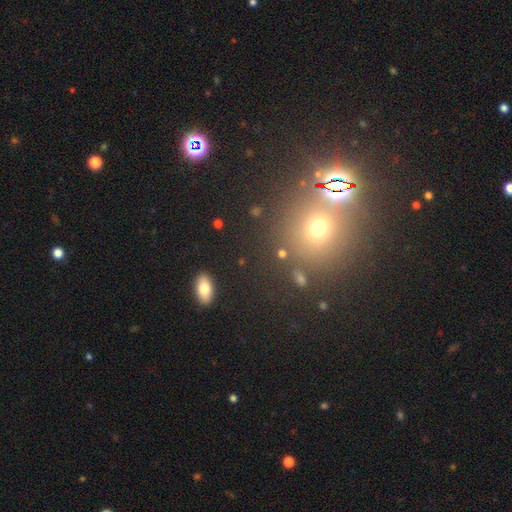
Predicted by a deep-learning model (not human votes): Smooth or featured? star or artifact (52%)